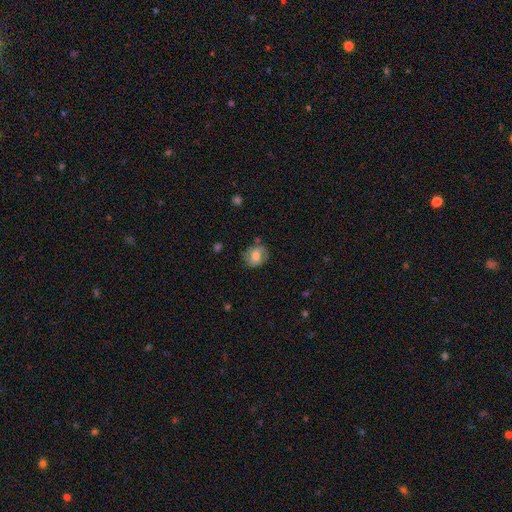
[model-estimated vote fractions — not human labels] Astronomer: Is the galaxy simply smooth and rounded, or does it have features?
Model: smooth — 70%.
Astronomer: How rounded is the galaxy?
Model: round — 60% (runner-up: in between, 39%).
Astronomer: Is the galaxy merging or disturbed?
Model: none — 70%.